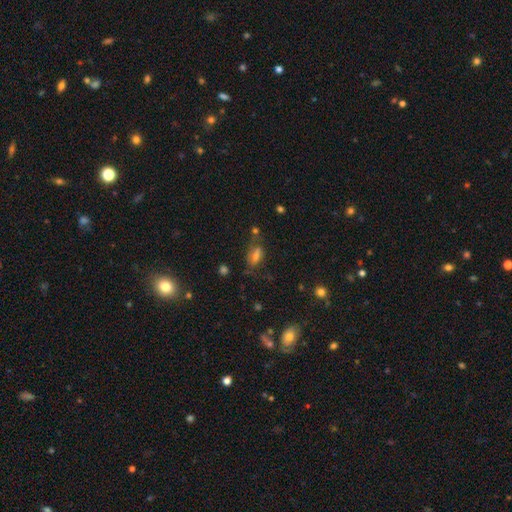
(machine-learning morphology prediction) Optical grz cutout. It shows a smooth galaxy with no disk features (51%) that is in between round and cigar-shaped (81%). Merging: none (56%).